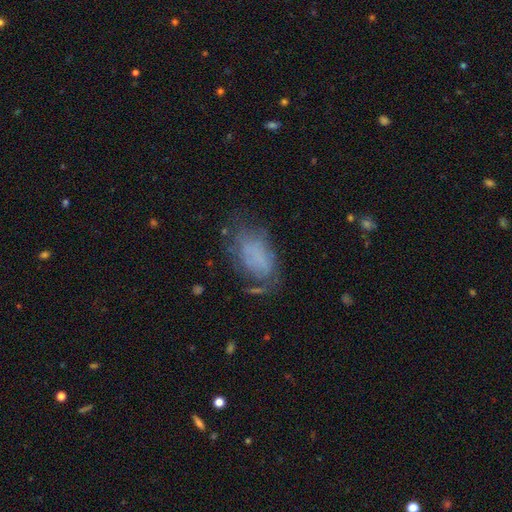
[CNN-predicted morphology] A smooth galaxy with no disk features (50%).

Vote fractions:
- Smooth or featured? smooth: 50% / featured or disk: 38% / star or artifact: 12%
- Merging? none: 45% / minor disturbance: 27% / major disturbance: 25% / merger: 3%